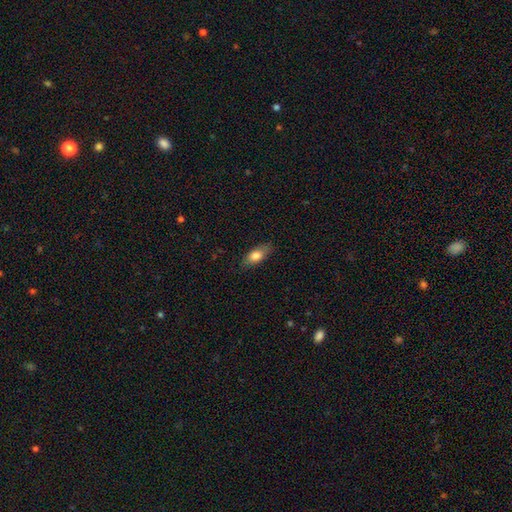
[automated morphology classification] The model was most divided on "smooth or featured": smooth: 77%, featured or disk: 15%, star or artifact: 7%. More confident: how rounded — in between (83%); merging — none (80%).